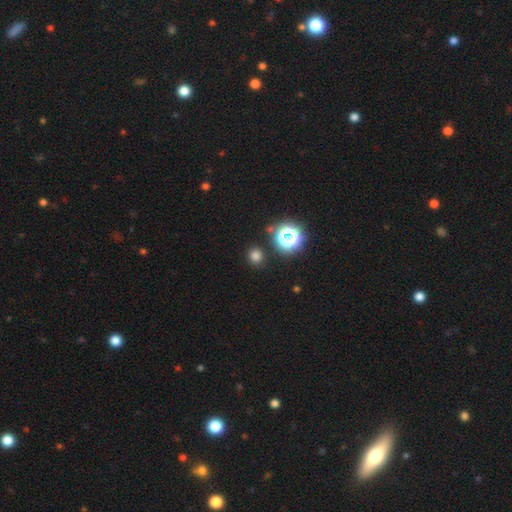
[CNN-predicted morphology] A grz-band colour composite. It shows a smooth galaxy with no disk features (73%) that is round (87%). Merging: none (88%).